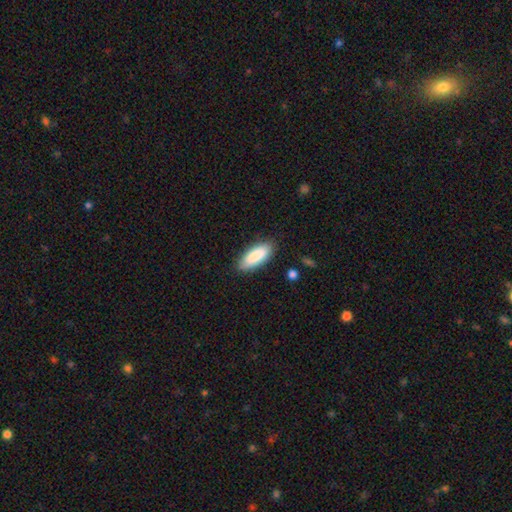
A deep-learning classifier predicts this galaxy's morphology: type=smooth (88%); roundness=in between (73%); merging=none (86%).